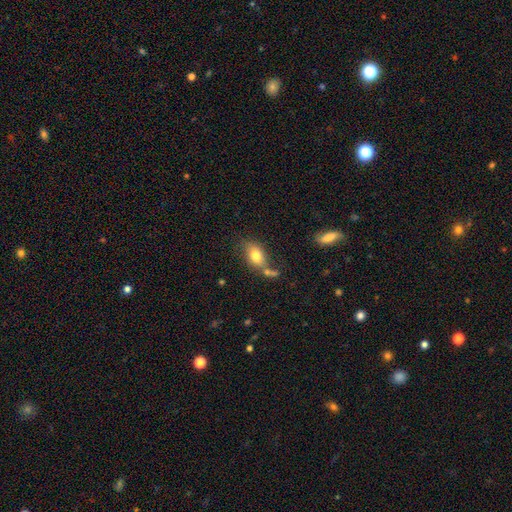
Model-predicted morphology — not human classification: A smooth galaxy with no disk features (78%) that is in between round and cigar-shaped (85%). Merging: none (54%).